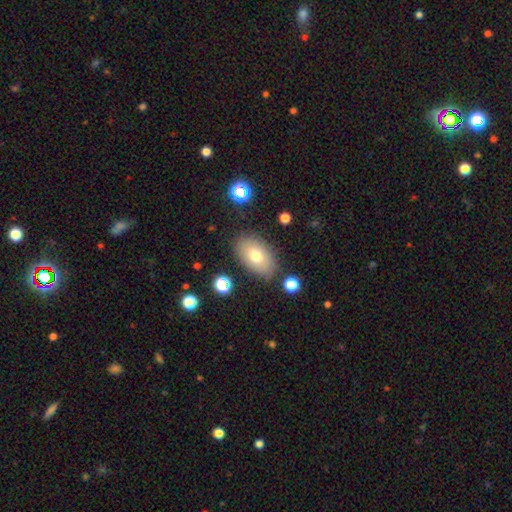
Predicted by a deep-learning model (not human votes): Smooth or featured?
  - smooth: 72% *
  - featured or disk: 18%
  - star or artifact: 10%
How rounded?
  - in between: 89% *
  - round: 10%
  - cigar-shaped: 2%
Merging?
  - none: 81% *
  - minor disturbance: 12%
  - major disturbance: 4%
  - merger: 3%